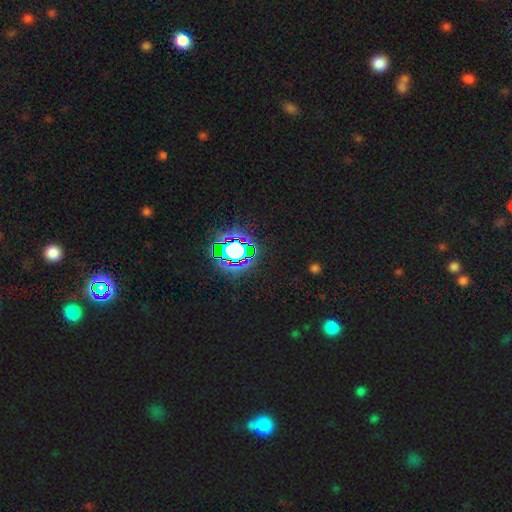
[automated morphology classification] A star or artifact, not a galaxy (78%).

Vote fractions:
- Smooth or featured? star or artifact: 78% / smooth: 14% / featured or disk: 8%